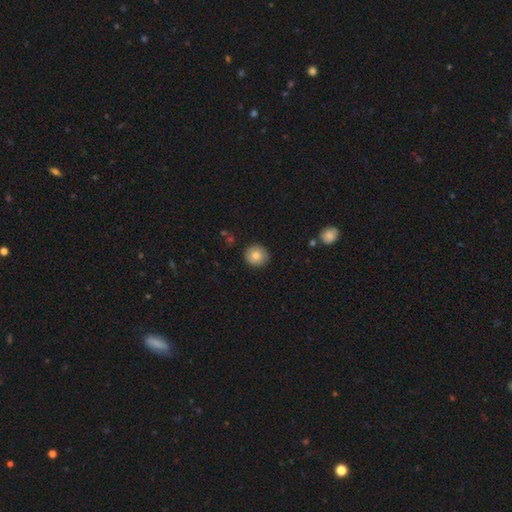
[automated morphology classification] Smooth or featured? smooth (77%)
How rounded? round (91%)
Merging? none (89%)